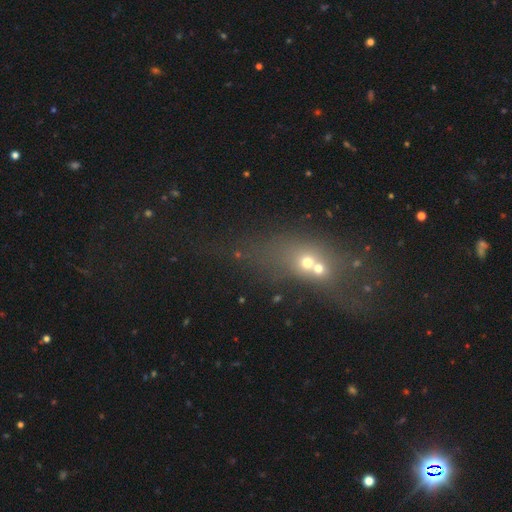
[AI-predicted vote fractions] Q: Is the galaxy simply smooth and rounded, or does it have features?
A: smooth — 39%.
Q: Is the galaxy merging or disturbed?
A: merger — 36%.